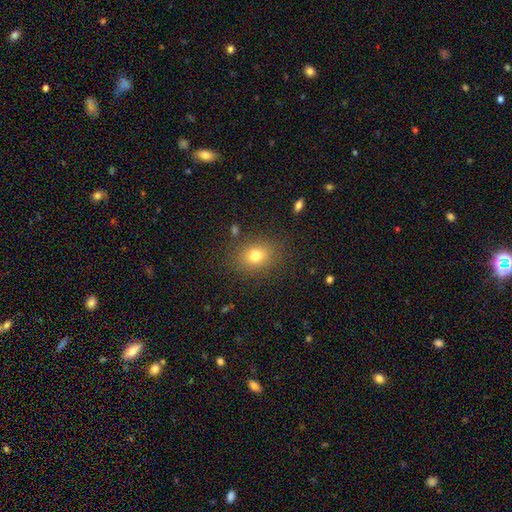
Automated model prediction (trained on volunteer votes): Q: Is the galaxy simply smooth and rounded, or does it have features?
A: smooth — 76%.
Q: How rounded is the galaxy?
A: round — 52%.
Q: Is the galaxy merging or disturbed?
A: none — 84%.